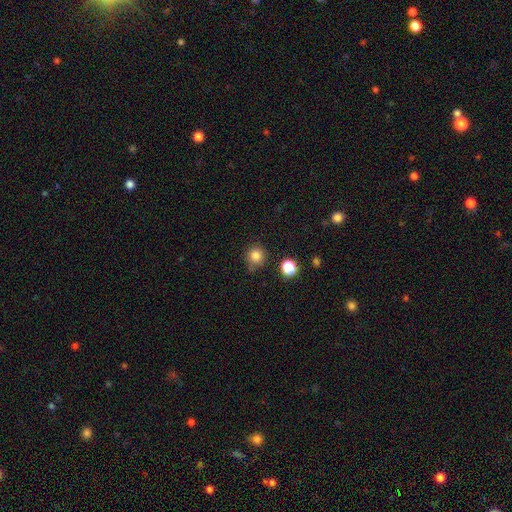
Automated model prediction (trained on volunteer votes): A smooth galaxy with no disk features (82%) that is round (92%). Merging: none (75%).